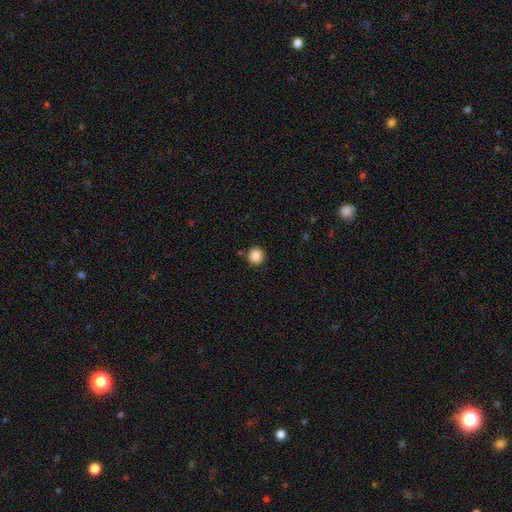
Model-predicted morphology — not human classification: Smooth or featured: smooth — 86% (star or artifact — 10%)
How rounded: round — 95% (in between — 4%)
Merging: none — 89% (minor disturbance — 6%)